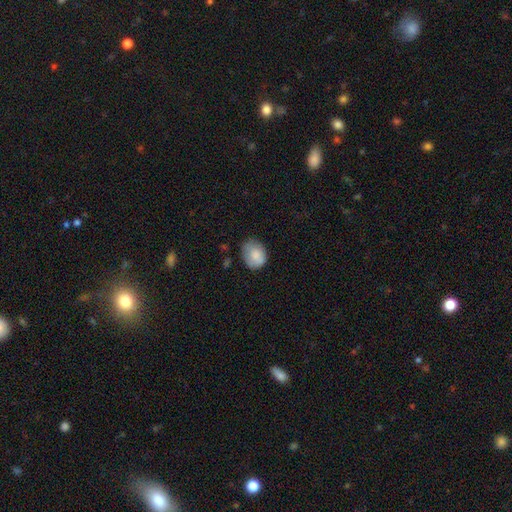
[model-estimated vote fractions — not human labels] Smooth or featured? Predicted: smooth (p=0.83). How rounded? Predicted: in between (p=0.53). Merging? Predicted: none (p=0.63).